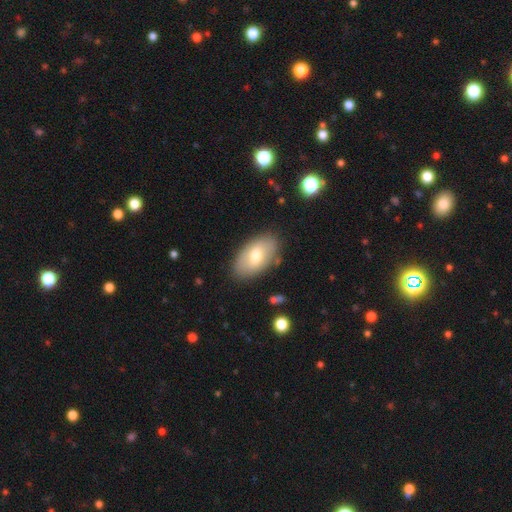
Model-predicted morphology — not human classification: This appears to be a smooth galaxy with no disk features (69%) that is in between round and cigar-shaped (94%). Merging: none (83%).